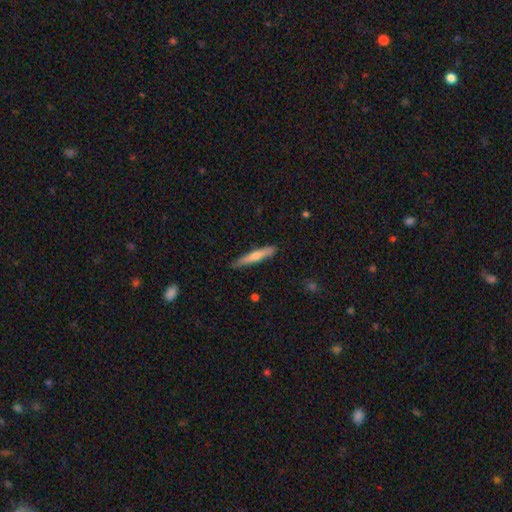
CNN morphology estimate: type=smooth (47%, tied with featured or disk); merging=none (88%).